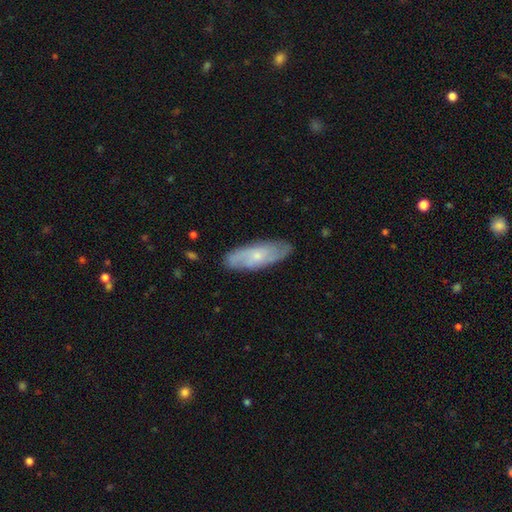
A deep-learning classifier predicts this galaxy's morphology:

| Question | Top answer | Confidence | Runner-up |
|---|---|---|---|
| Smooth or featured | featured or disk | 55% | smooth (39%) |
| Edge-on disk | no | 80% | yes (20%) |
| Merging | none | 81% | minor disturbance (15%) |